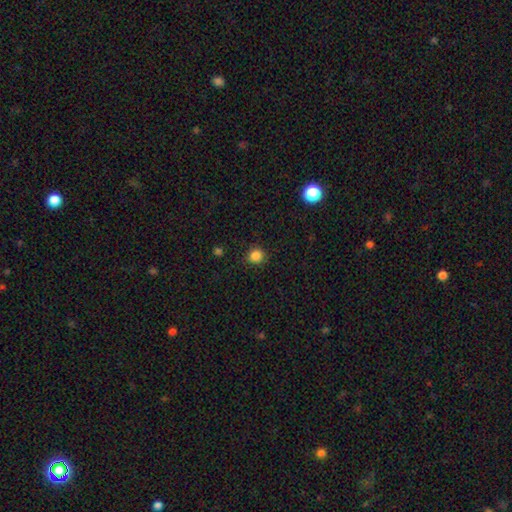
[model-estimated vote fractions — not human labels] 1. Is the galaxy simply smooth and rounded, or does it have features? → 85% smooth, 12% star or artifact, 3% featured or disk.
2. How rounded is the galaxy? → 91% round, 8% in between, 1% cigar-shaped.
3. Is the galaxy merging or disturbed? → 88% none, 8% minor disturbance, 2% major disturbance, 1% merger.